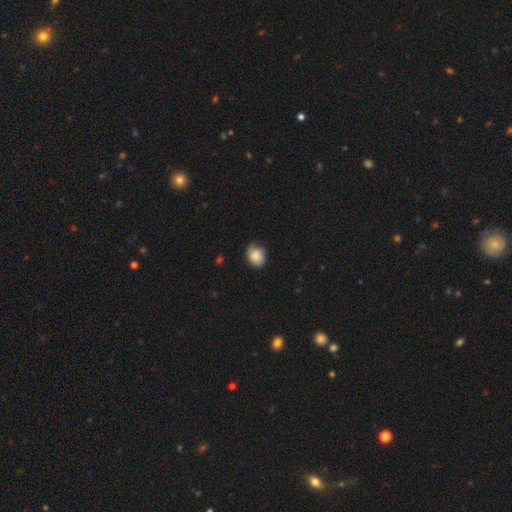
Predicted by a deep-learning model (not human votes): Smooth or featured? smooth (81%)
How rounded? in between (56%)
Merging? none (61%)